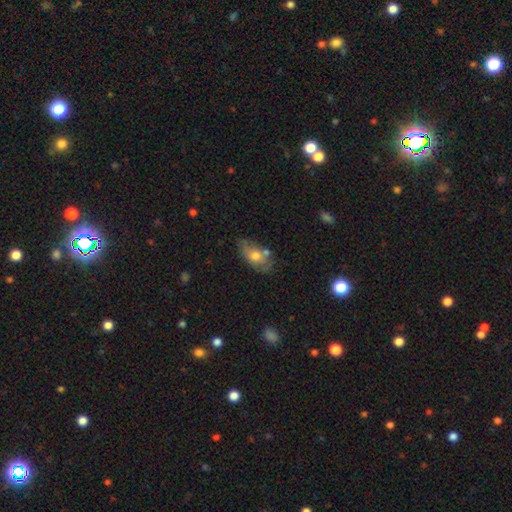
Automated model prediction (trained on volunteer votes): Morphology: type=smooth (64%); roundness=in between (88%); merging=none (56%).